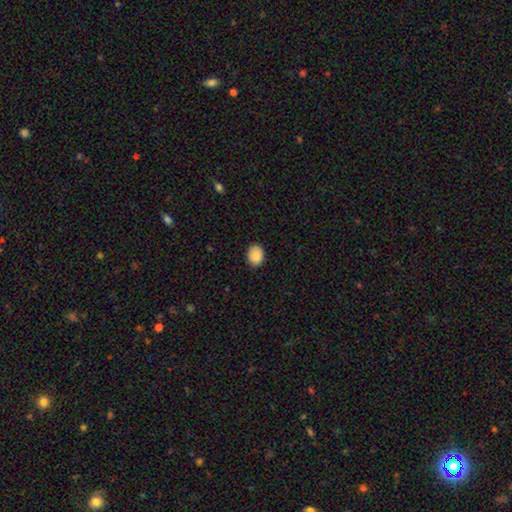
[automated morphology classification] Smooth or featured? Predicted: smooth (p=0.86). How rounded? Predicted: round (p=0.52). Merging? Predicted: none (p=0.85).